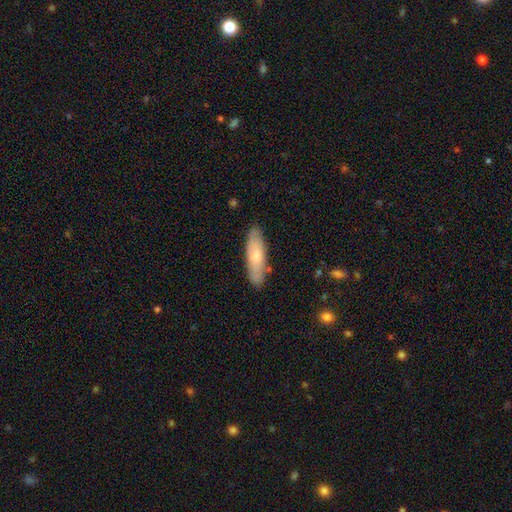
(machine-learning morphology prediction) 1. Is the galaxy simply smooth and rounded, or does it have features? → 67% smooth, 27% featured or disk, 6% star or artifact.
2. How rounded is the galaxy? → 55% cigar-shaped, 43% in between, 2% round.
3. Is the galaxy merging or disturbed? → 83% none, 13% minor disturbance, 2% major disturbance, 2% merger.